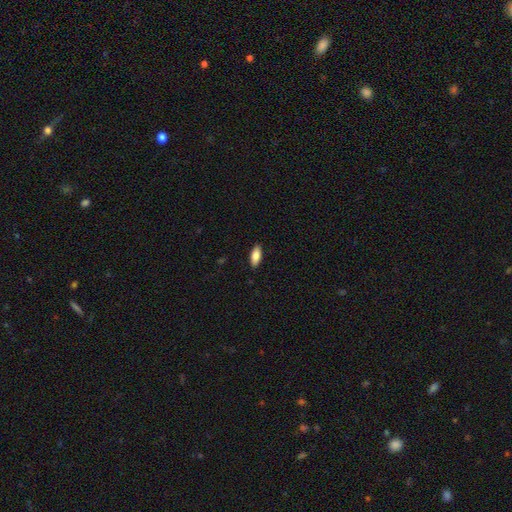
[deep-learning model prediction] Smooth or featured?
  - smooth: 83% *
  - featured or disk: 11%
  - star or artifact: 6%
How rounded?
  - in between: 82% *
  - cigar-shaped: 16%
  - round: 2%
Merging?
  - none: 89% *
  - minor disturbance: 9%
  - major disturbance: 2%
  - merger: 1%